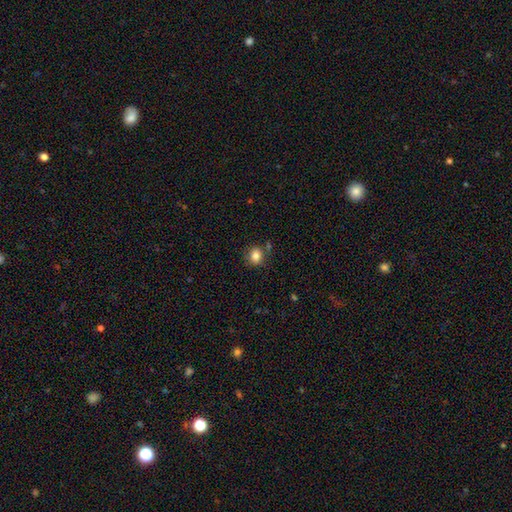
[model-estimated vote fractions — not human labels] A smooth galaxy with no disk features (83%) that is round (76%). Merging: none (77%).